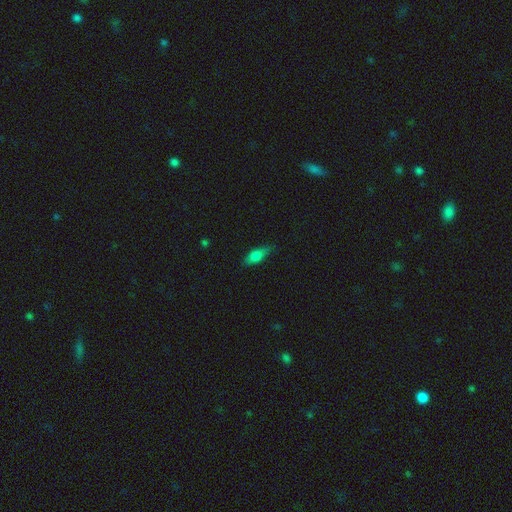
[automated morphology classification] A smooth galaxy with no disk features (69%) that is in between round and cigar-shaped (68%). Merging: none (68%).